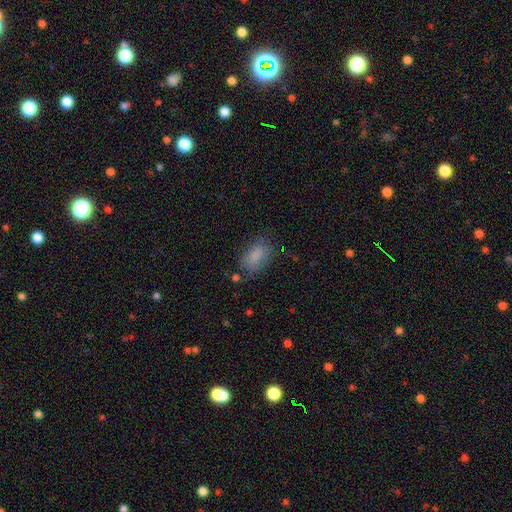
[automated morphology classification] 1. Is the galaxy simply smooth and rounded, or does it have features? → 82% smooth, 9% featured or disk, 9% star or artifact.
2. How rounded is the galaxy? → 90% in between, 6% round, 4% cigar-shaped.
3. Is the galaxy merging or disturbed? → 68% none, 21% minor disturbance, 7% major disturbance, 3% merger.